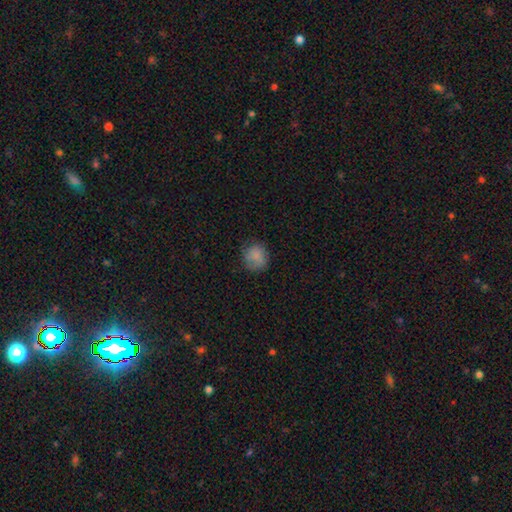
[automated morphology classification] A smooth galaxy with no disk features (80%) that is round (83%). Merging: none (70%).